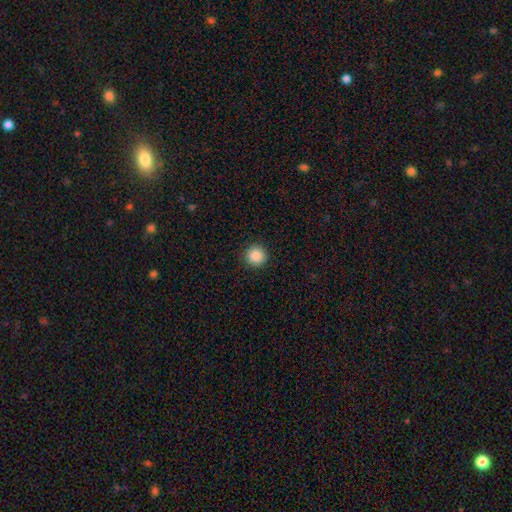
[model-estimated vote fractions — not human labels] This appears to be a smooth galaxy with no disk features (88%) that is round (95%). Merging: none (92%).